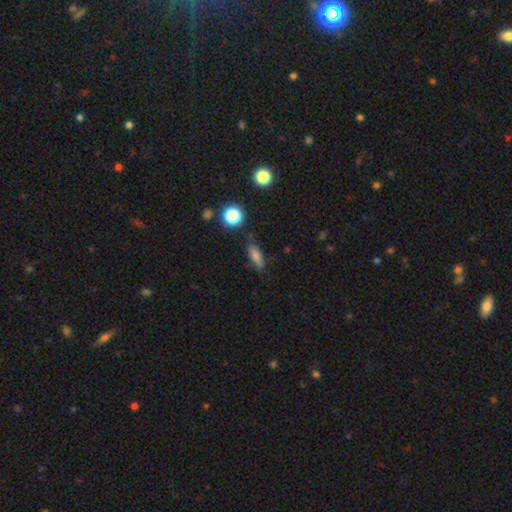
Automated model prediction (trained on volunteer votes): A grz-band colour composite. It shows a smooth galaxy with no disk features (73%) that is in between round and cigar-shaped (62%). Merging: none (78%).